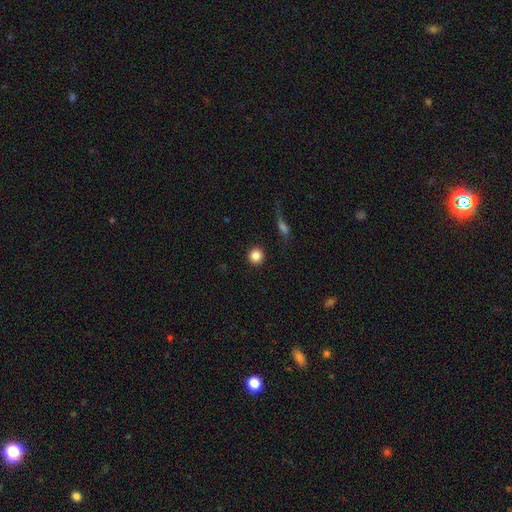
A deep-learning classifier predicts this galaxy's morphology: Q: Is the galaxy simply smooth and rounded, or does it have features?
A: smooth — 86%.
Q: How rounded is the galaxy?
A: round — 94%.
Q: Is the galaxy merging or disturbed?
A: none — 90%.